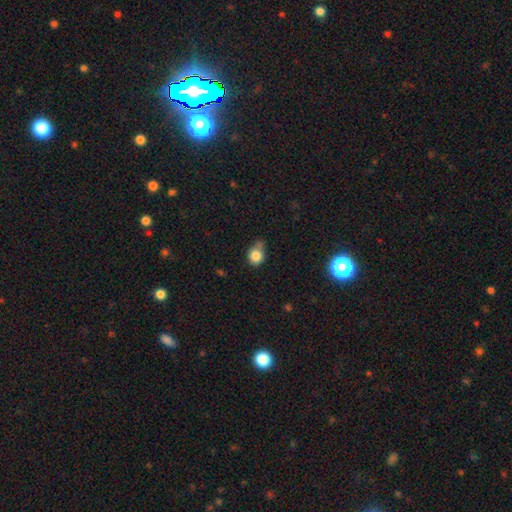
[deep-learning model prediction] This is clearly a smooth galaxy (83%). How rounded: likely round (66%). Merging: marginally none (43%).